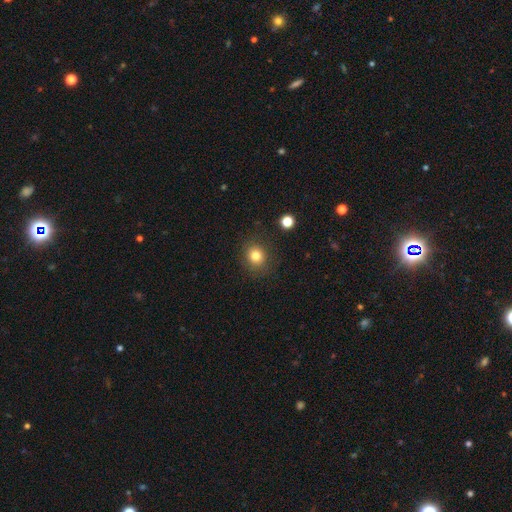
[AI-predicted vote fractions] Morphology: type=smooth (80%); roundness=round (81%); merging=none (86%).